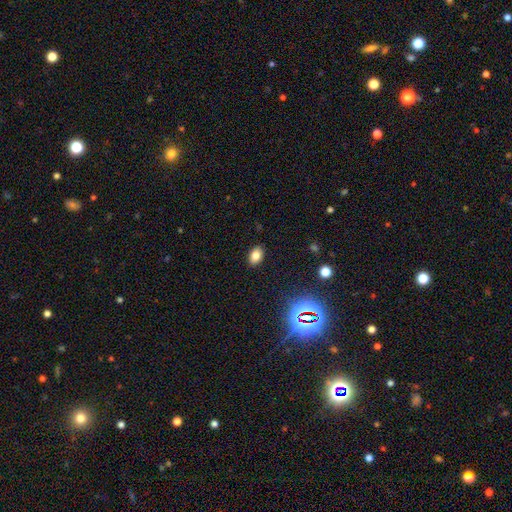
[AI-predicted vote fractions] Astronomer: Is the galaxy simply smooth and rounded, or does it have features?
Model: smooth — 80%.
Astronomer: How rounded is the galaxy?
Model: in between — 85%.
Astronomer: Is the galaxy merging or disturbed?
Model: none — 88%.